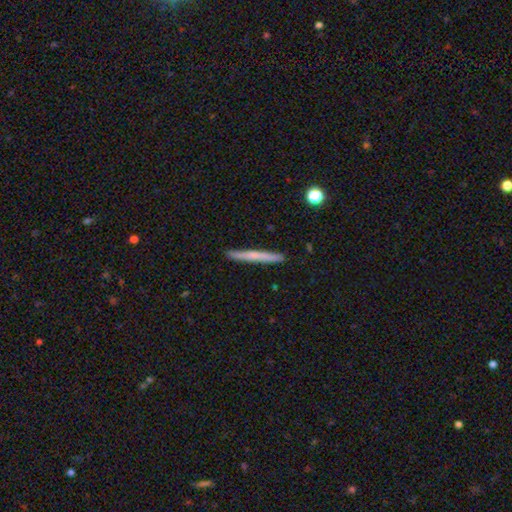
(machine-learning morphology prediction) Smooth or featured? Predicted: smooth (p=0.59). How rounded? Predicted: cigar-shaped (p=0.97). Merging? Predicted: none (p=0.90).